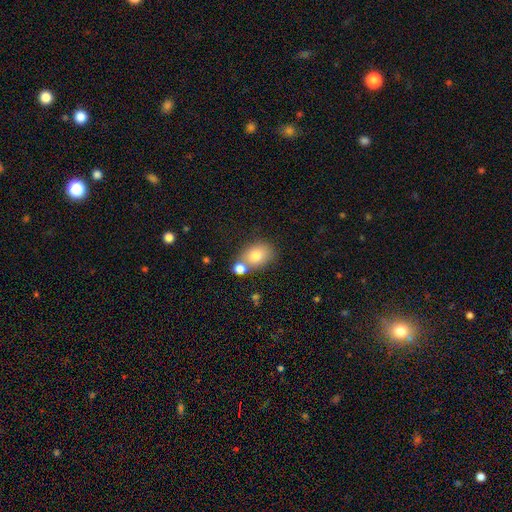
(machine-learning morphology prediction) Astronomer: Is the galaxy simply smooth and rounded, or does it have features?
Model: smooth — 78%.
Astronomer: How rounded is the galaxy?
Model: in between — 65%.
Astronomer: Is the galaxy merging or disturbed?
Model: none — 51% (runner-up: merger, 33%).